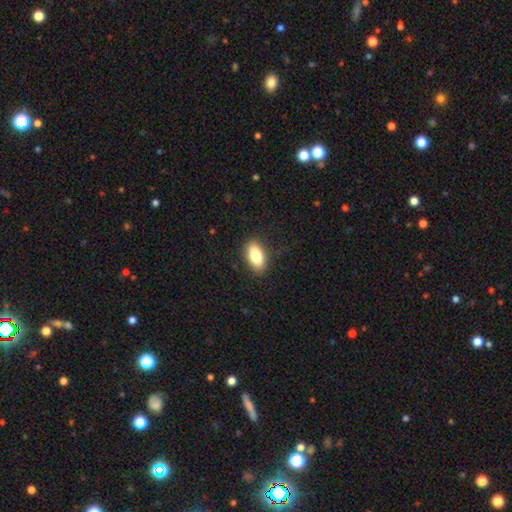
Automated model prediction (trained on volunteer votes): smooth_or_featured: smooth (p=0.82) [alt: featured or disk p=0.11]
how_rounded: in between (p=0.90) [alt: cigar-shaped p=0.06]
merging: none (p=0.87) [alt: minor disturbance p=0.09]